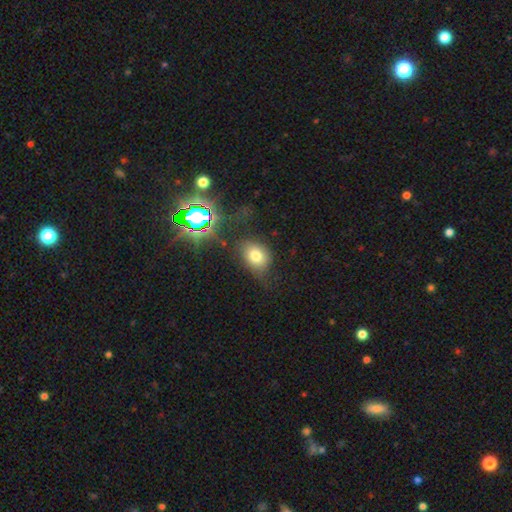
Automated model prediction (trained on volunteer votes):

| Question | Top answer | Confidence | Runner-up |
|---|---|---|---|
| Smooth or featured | smooth | 71% | star or artifact (16%) |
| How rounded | in between | 61% | round (37%) |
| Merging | none | 59% | minor disturbance (24%) |